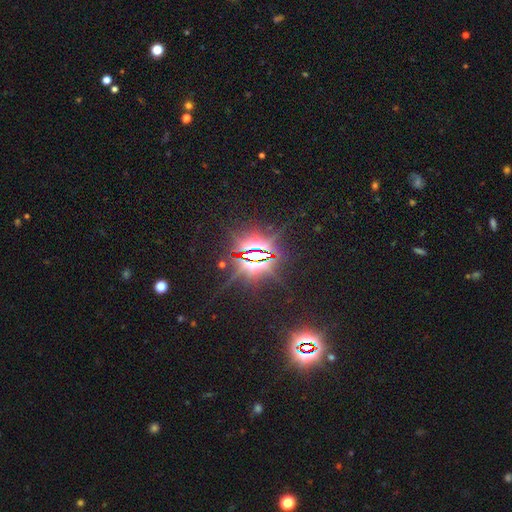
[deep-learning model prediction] The model was most divided on "smooth or featured": star or artifact: 86%, smooth: 7%, featured or disk: 7%.